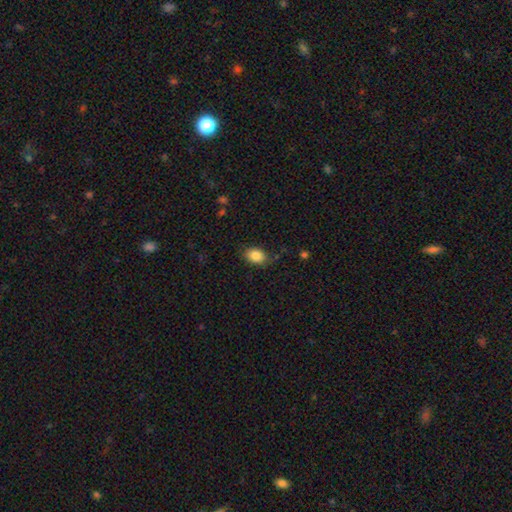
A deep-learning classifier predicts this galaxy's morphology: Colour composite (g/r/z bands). It shows a smooth galaxy with no disk features (86%) that is in between round and cigar-shaped (81%). Merging: none (81%).